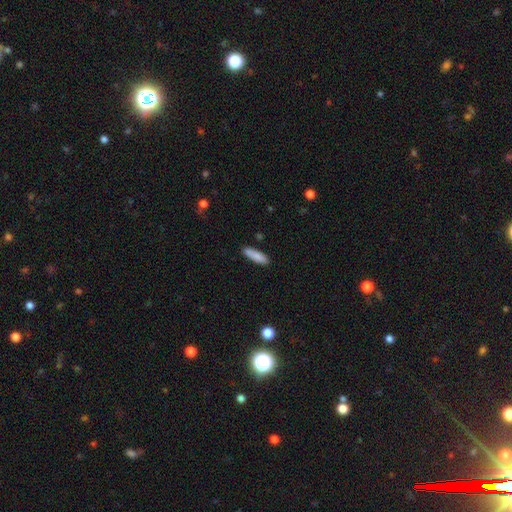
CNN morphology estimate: Smooth or featured?
  - smooth: 87% *
  - featured or disk: 7%
  - star or artifact: 6%
How rounded?
  - cigar-shaped: 68% *
  - in between: 30%
  - round: 2%
Merging?
  - none: 88% *
  - minor disturbance: 9%
  - major disturbance: 2%
  - merger: 1%